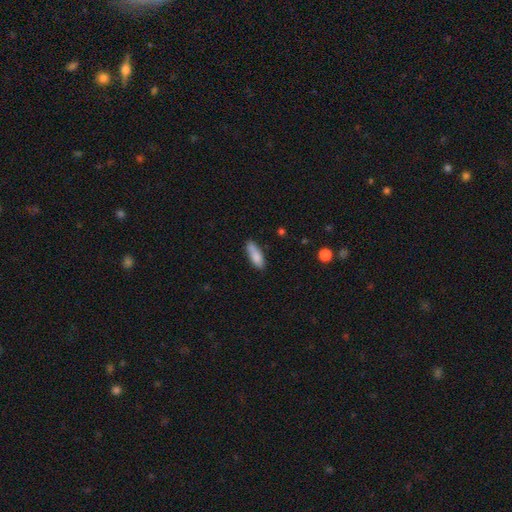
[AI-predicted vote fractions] Morphology: type=smooth (84%); roundness=in between (53%); merging=none (71%).